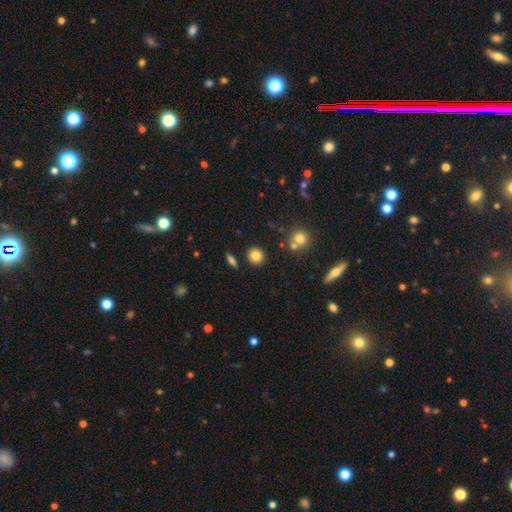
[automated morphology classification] A smooth galaxy with no disk features (82%) that is round (89%). Merging: none (87%).